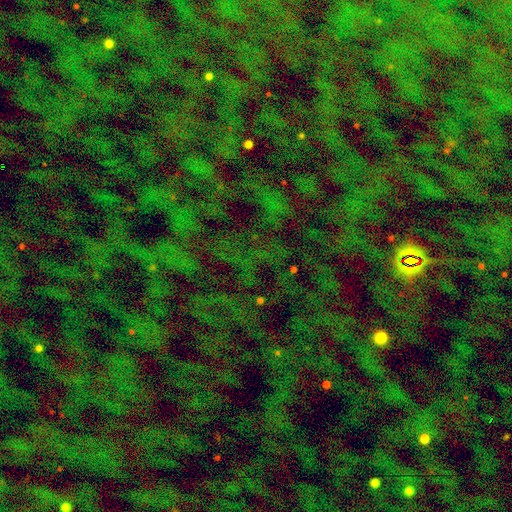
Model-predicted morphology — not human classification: The model was most divided on "smooth or featured": star or artifact: 72%, smooth: 19%, featured or disk: 9%.